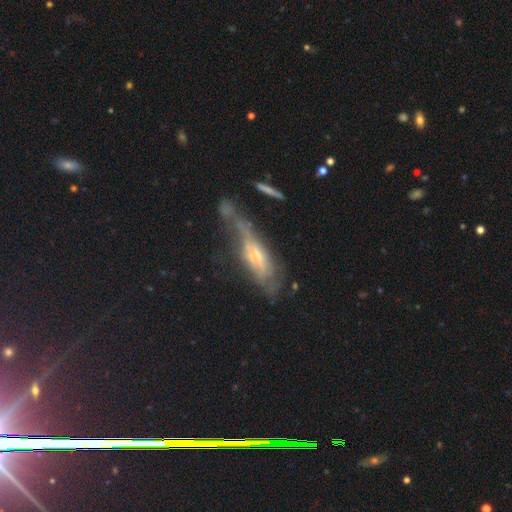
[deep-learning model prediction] This appears to be a featured or disk galaxy (59%). Merging: major disturbance (42%).